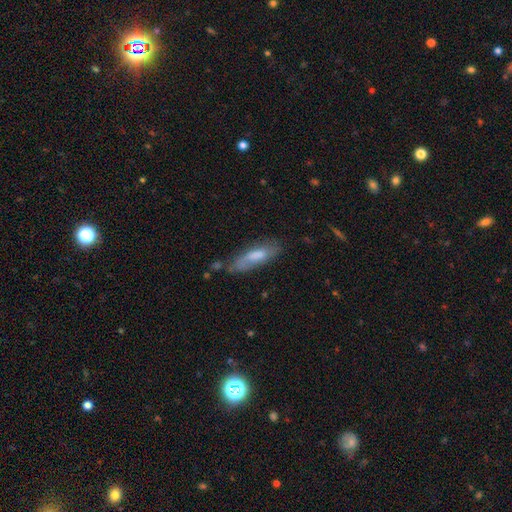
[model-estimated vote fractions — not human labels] Smooth or featured?
  - smooth: 68% *
  - featured or disk: 25%
  - star or artifact: 7%
How rounded?
  - cigar-shaped: 55% *
  - in between: 44%
  - round: 2%
Merging?
  - none: 58% *
  - minor disturbance: 28%
  - major disturbance: 9%
  - merger: 5%